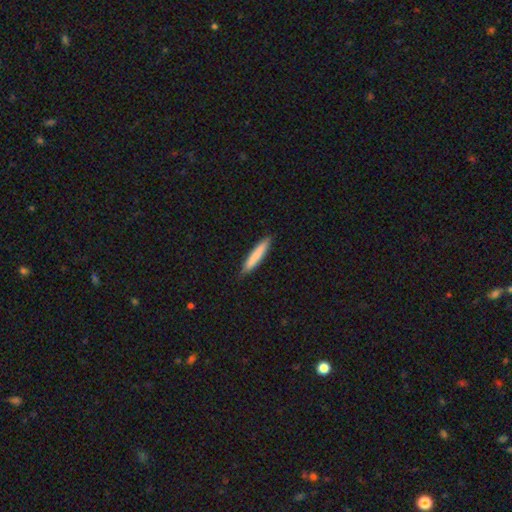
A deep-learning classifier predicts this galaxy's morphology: Smooth or featured: smooth — 78% (featured or disk — 16%)
How rounded: cigar-shaped — 92% (in between — 7%)
Merging: none — 86% (minor disturbance — 11%)